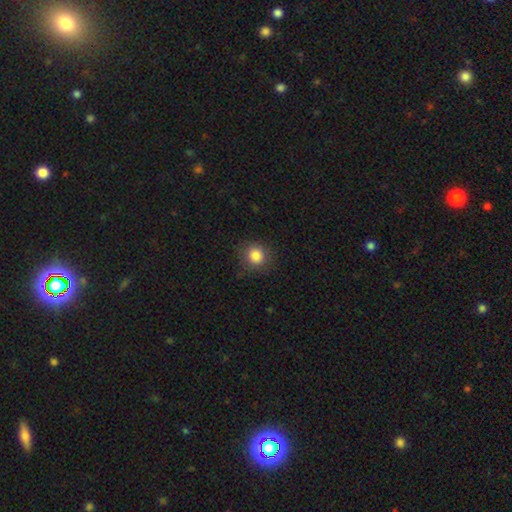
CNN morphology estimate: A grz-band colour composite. It shows a smooth galaxy with no disk features (84%) that is round (89%). Merging: none (86%).